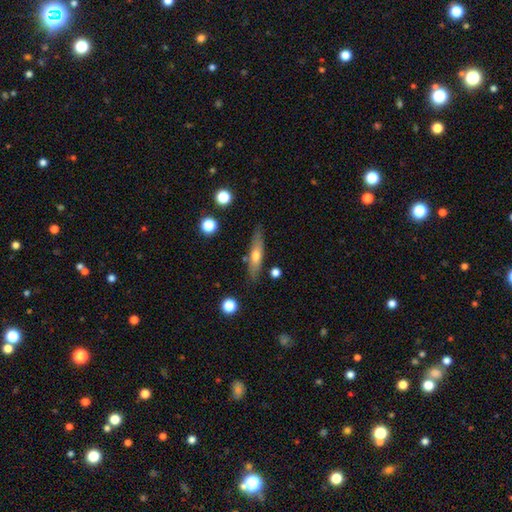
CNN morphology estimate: Smooth or featured? Predicted: smooth (p=0.51). How rounded? Predicted: cigar-shaped (p=0.75). Merging? Predicted: none (p=0.80).